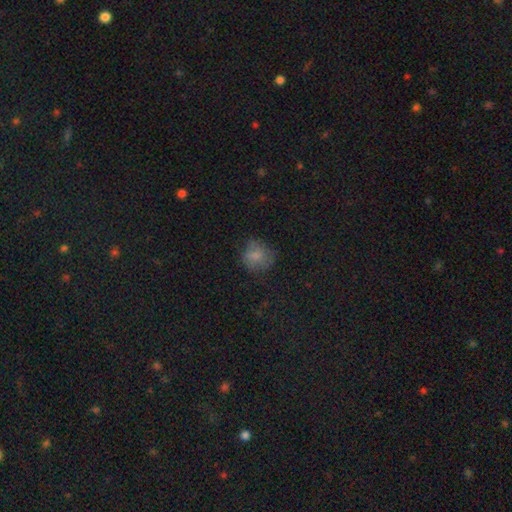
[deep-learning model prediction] Morphology: type=smooth (72%); roundness=round (78%); merging=none (62%).